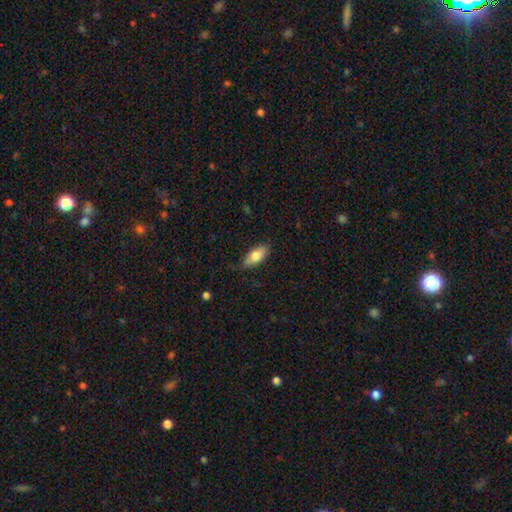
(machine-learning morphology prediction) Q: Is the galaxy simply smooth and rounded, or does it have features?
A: smooth — 78%.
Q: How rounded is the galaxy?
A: in between — 84%.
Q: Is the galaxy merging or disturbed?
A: none — 81%.